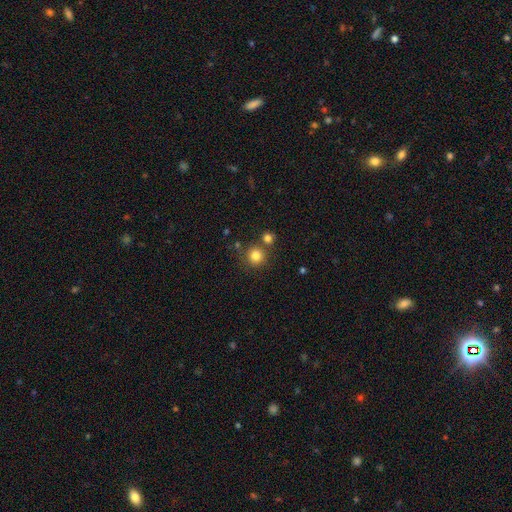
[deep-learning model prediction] smooth 81%, star or artifact 13%, featured or disk 6%. Down the decision tree: how rounded — round (93%); merging — none (74%).